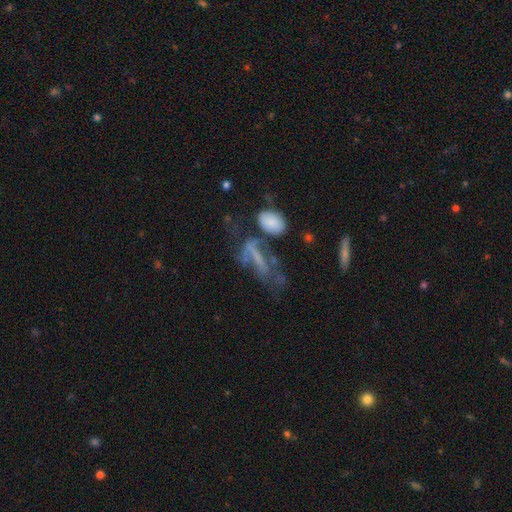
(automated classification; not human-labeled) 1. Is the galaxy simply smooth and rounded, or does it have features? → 48% featured or disk, 34% smooth, 18% star or artifact.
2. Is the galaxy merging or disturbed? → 33% major disturbance, 27% none, 24% merger, 16% minor disturbance.